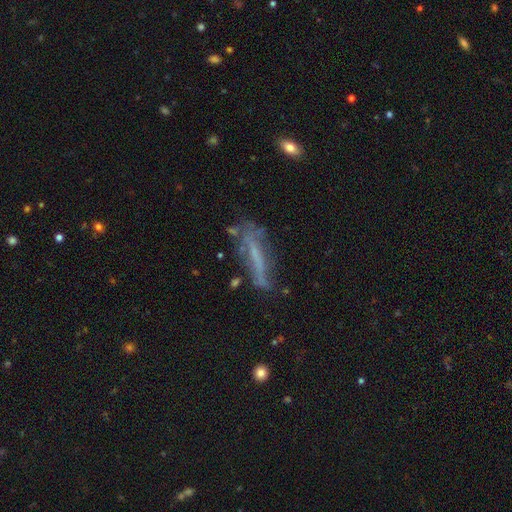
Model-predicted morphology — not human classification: type=featured or disk (53%); edge-on=yes (53%); merging=none (53%).